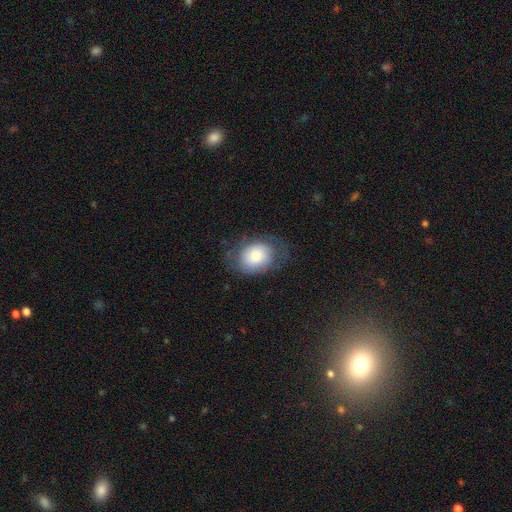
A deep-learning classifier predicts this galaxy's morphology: This appears to be a smooth galaxy with no disk features (73%) that is in between round and cigar-shaped (61%). Merging: none (67%).